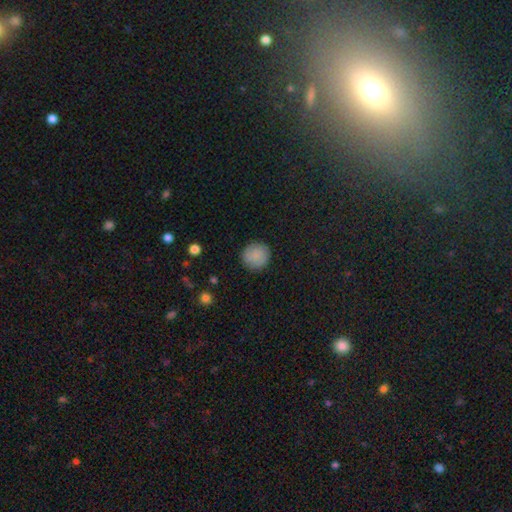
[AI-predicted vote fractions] The model was most divided on "smooth or featured": smooth: 86%, star or artifact: 8%, featured or disk: 7%. More confident: how rounded — round (91%); merging — none (88%).